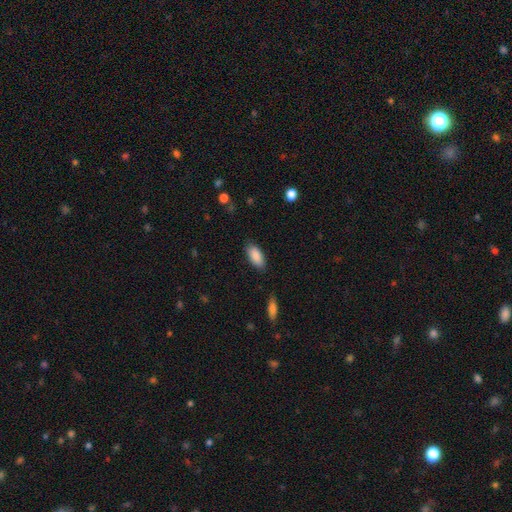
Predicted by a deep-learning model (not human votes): Smooth or featured?
  - smooth: 88% *
  - star or artifact: 7%
  - featured or disk: 5%
How rounded?
  - in between: 87% *
  - cigar-shaped: 11%
  - round: 2%
Merging?
  - none: 85% *
  - minor disturbance: 11%
  - major disturbance: 3%
  - merger: 1%